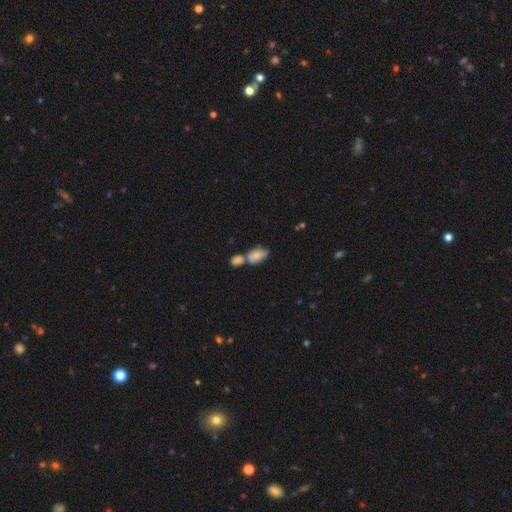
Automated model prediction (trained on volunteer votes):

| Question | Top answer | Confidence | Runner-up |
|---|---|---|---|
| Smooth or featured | smooth | 80% | featured or disk (13%) |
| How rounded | in between | 90% | round (7%) |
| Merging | merger | 56% | none (27%) |